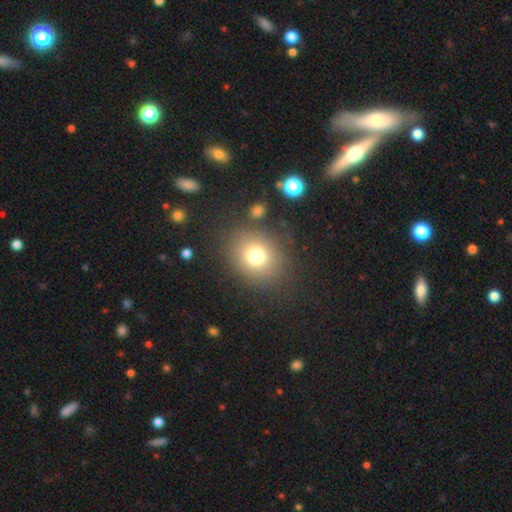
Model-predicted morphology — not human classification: Smooth or featured? smooth (75%)
How rounded? round (74%)
Merging? none (81%)